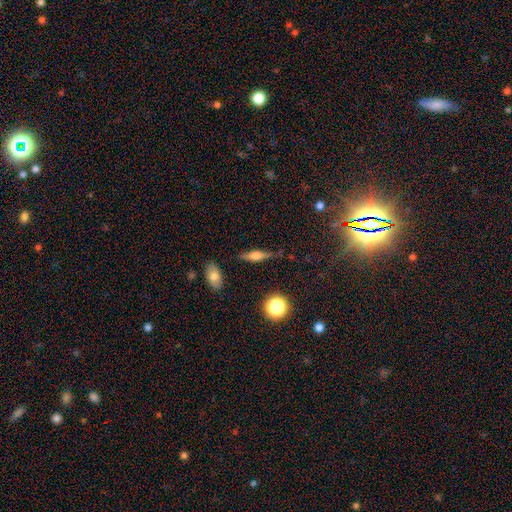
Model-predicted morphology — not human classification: This is possibly a smooth galaxy (47%). Merging: likely none (77%).